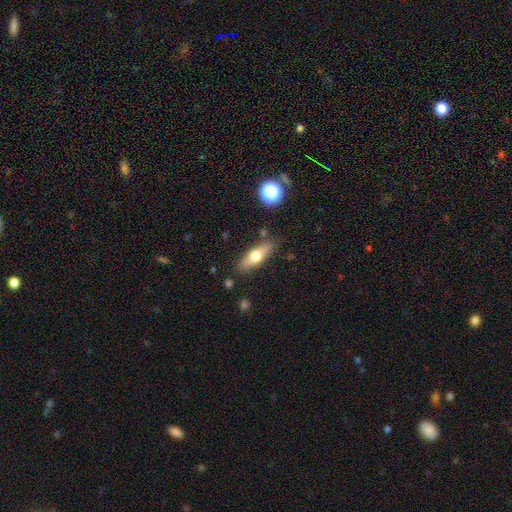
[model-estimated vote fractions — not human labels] Smooth or featured: smooth — 55% (featured or disk — 38%)
How rounded: in between — 49% (cigar-shaped — 47%)
Merging: none — 84% (minor disturbance — 11%)